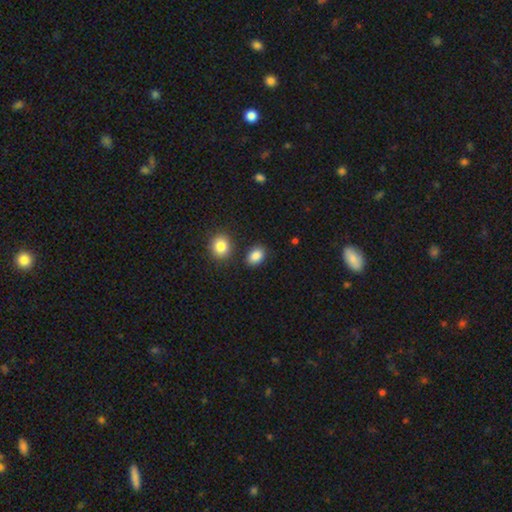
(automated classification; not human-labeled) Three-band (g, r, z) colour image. It shows a smooth galaxy with no disk features (87%) that is in between round and cigar-shaped (75%). Merging: none (81%).